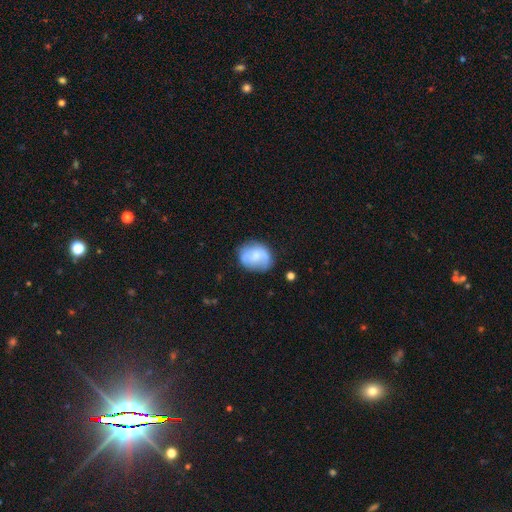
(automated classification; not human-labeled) Overall: smooth (58%; featured or disk 35%). How rounded: round (52%; in between 47%). Merging: none (67%).